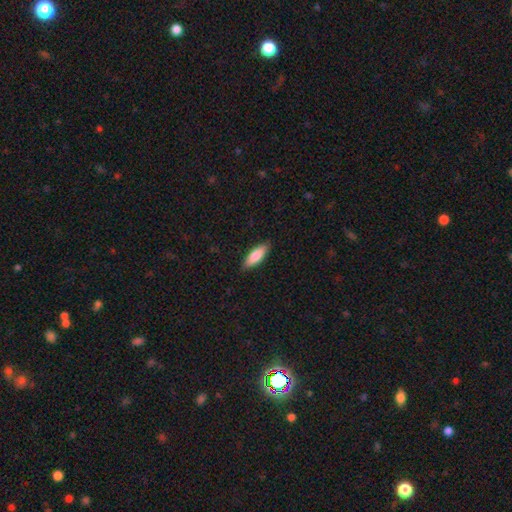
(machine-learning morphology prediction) smooth_or_featured: smooth (p=0.83) [alt: featured or disk p=0.12]
how_rounded: in between (p=0.59) [alt: cigar-shaped p=0.39]
merging: none (p=0.88) [alt: minor disturbance p=0.10]